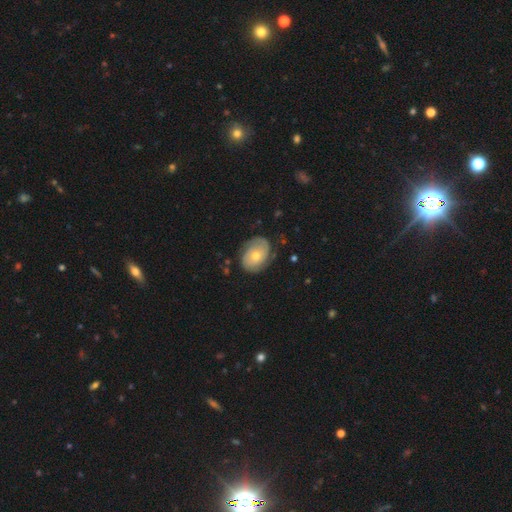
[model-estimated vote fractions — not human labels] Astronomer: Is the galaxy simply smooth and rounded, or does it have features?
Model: featured or disk — 65%.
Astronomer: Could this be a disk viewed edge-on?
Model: no — 96%.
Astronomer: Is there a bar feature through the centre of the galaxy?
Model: no — 79%.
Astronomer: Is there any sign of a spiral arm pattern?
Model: yes — 85%.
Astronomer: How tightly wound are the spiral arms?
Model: tight — 59%.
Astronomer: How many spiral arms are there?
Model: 2 — 54%.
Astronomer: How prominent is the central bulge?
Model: moderate — 57% (runner-up: small, 38%).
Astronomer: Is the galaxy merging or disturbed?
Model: none — 74%.